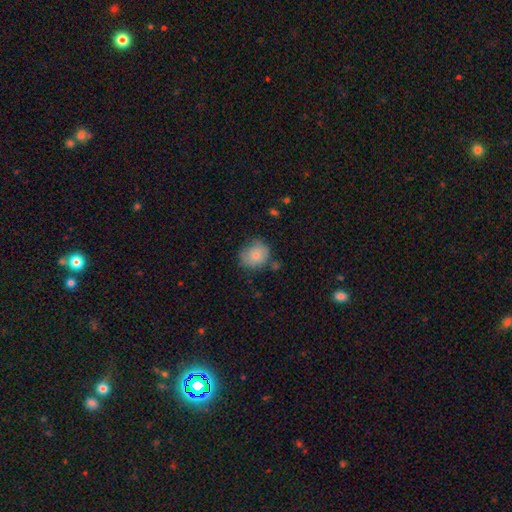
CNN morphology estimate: This is likely a smooth galaxy (76%). How rounded: likely round (72%). Merging: likely none (65%).